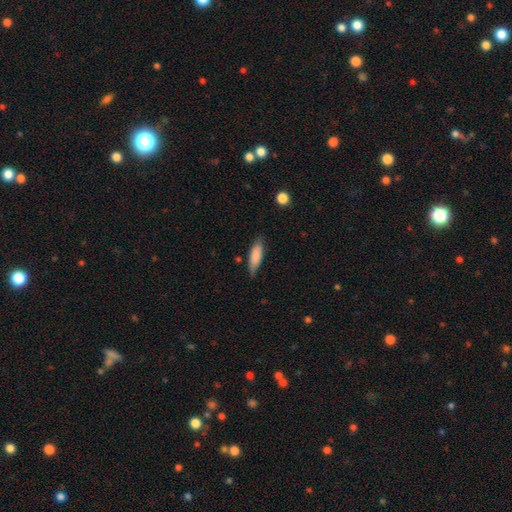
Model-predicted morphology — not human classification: Smooth or featured? Predicted: smooth (p=0.83). How rounded? Predicted: in between (p=0.52). Merging? Predicted: none (p=0.75).